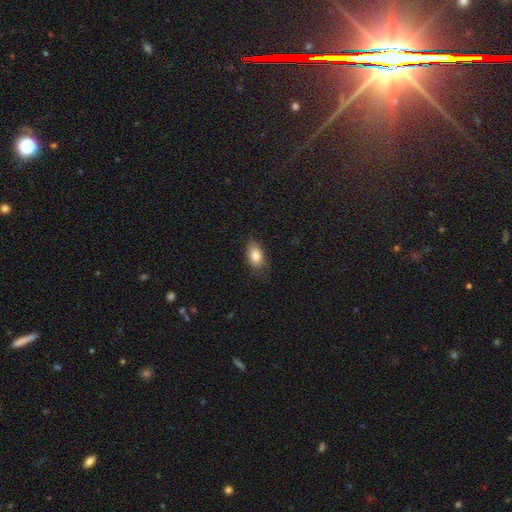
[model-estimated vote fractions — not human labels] smooth 83%, featured or disk 9%, star or artifact 8%. Down the decision tree: how rounded — in between (89%); merging — none (78%).